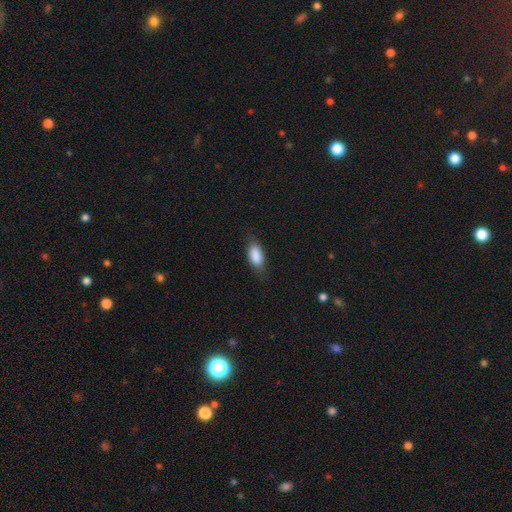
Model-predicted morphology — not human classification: Smooth or featured? Predicted: smooth (p=0.86). How rounded? Predicted: in between (p=0.86). Merging? Predicted: none (p=0.75).